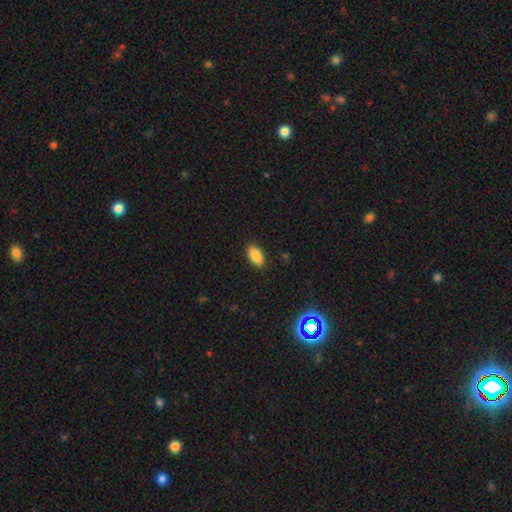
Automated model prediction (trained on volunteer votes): The model was most divided on "smooth or featured": smooth: 87%, star or artifact: 8%, featured or disk: 5%. More confident: how rounded — in between (92%); merging — none (88%).